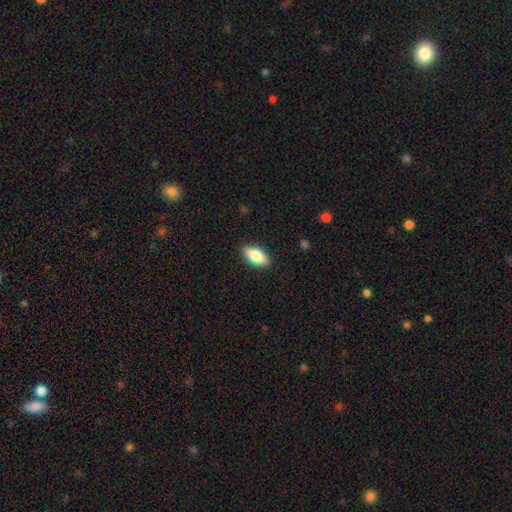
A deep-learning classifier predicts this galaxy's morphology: Overall: smooth (76%). How rounded: in between (87%). Merging: none (88%).